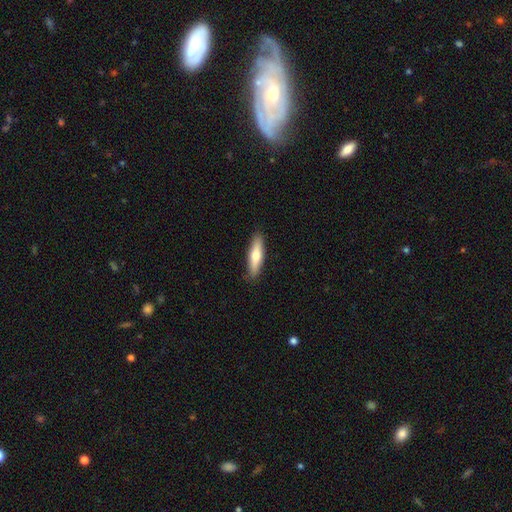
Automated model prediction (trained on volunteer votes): Overall: smooth (62%; featured or disk 32%). How rounded: cigar-shaped (70%). Merging: none (89%).